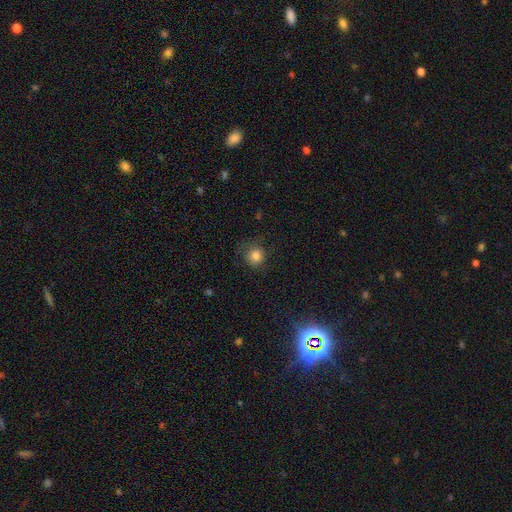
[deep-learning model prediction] Smooth or featured? smooth (82%)
How rounded? round (89%)
Merging? none (74%)